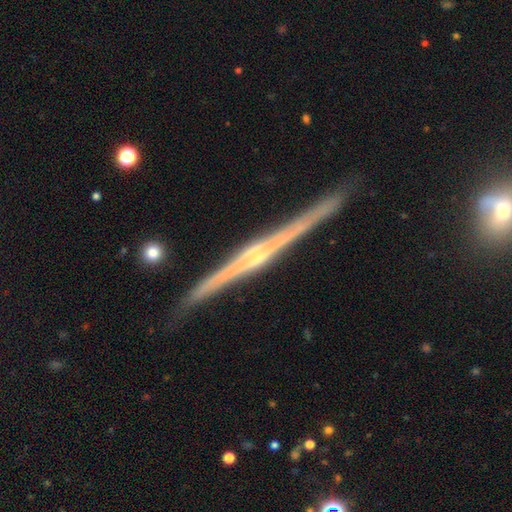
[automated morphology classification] smooth_or_featured: featured or disk (p=0.89) [alt: smooth p=0.06]
disk_edge_on: yes (p=0.98) [alt: no p=0.02]
edge_on_bulge: rounded (p=0.77) [alt: none p=0.13]
merging: none (p=0.89) [alt: minor disturbance p=0.08]